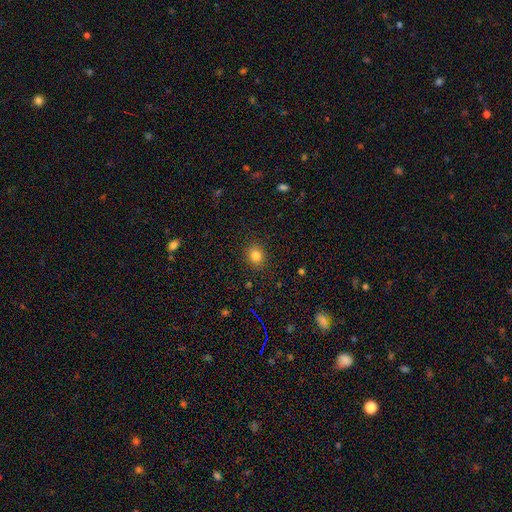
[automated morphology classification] smooth 82%, star or artifact 13%, featured or disk 5%. Down the decision tree: how rounded — round (78%); merging — none (89%).